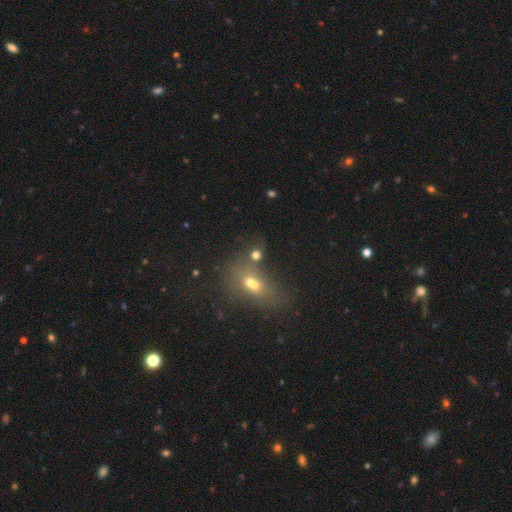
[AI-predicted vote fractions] The model was most divided on "how rounded" (2-way tie): round: 48%, in between: 48%, cigar-shaped: 4%. More confident: merging — merger (59%); smooth or featured — smooth (55%).